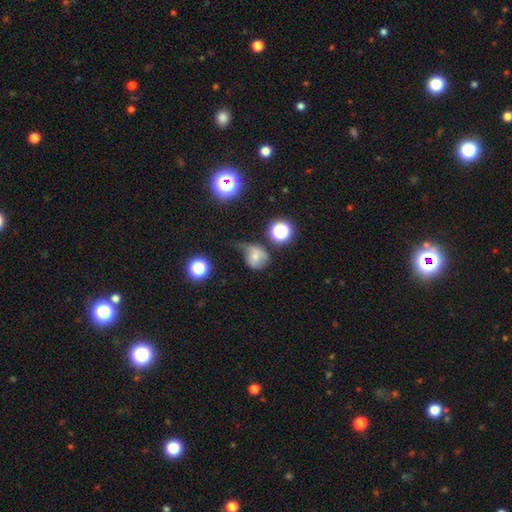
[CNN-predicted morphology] A smooth galaxy with no disk features (64%) that is round (67%). Merging: minor disturbance (38%).